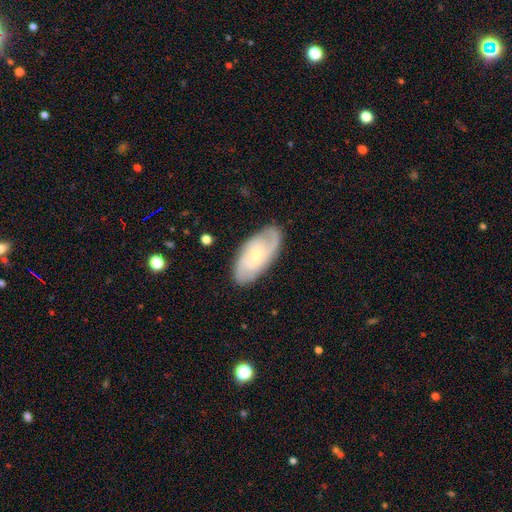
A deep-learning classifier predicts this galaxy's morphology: Smooth or featured? featured or disk (66%)
Edge-on disk? no (92%)
Bar? no (70%)
Spiral arms? yes (90%)
Spiral winding? tight (43%)
Spiral arm count? 2 (44%)
Bulge size? small (60%)
Merging? none (81%)